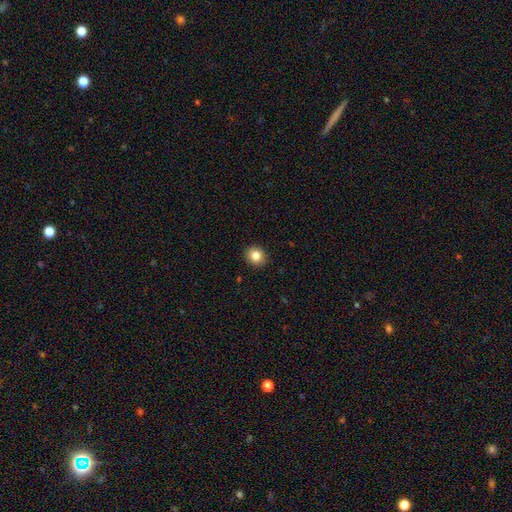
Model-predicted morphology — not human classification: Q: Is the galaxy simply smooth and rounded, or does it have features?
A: smooth — 83%.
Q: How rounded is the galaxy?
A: round — 79%.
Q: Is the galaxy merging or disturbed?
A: none — 91%.